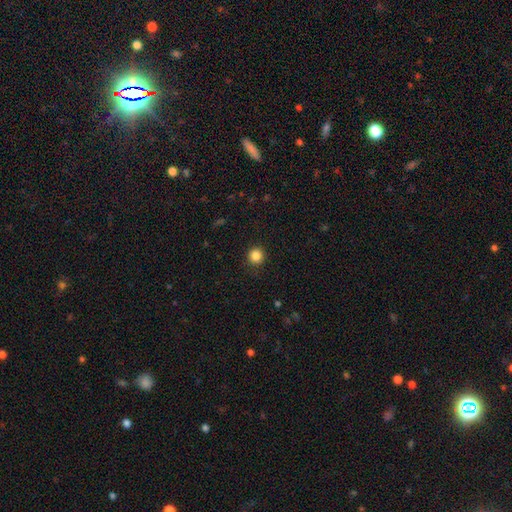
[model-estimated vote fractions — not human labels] smooth-or-featured: smooth: 86% | star or artifact: 11% | featured or disk: 3%
  how-rounded: round: 94% | in between: 5% | cigar-shaped: 1%
  merging: none: 91% | minor disturbance: 6% | major disturbance: 2% | merger: 1%